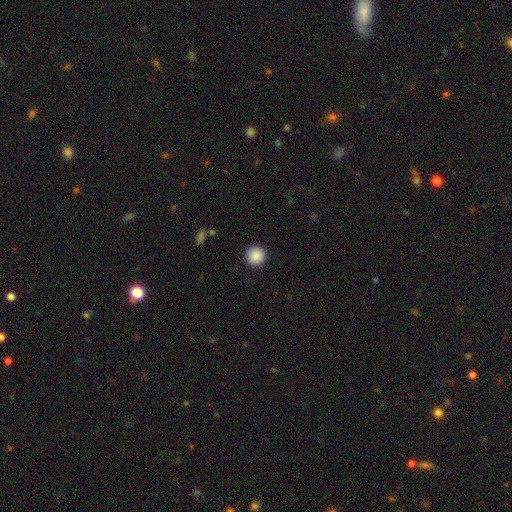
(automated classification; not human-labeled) This appears to be a smooth galaxy with no disk features (89%) that is round (96%). Merging: none (92%).